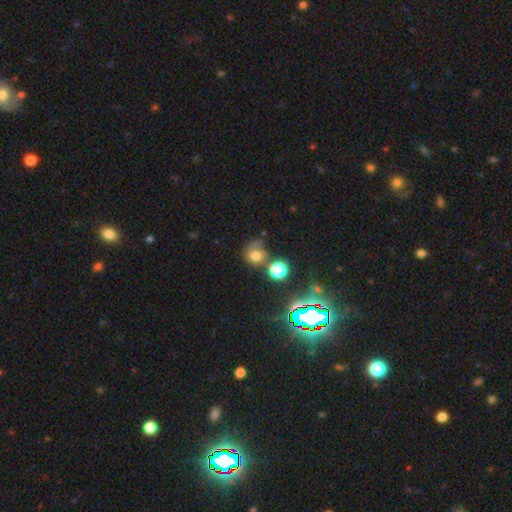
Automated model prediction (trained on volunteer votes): Overall: smooth (66%). How rounded: round (83%). Merging: none (49%; minor disturbance 21%).